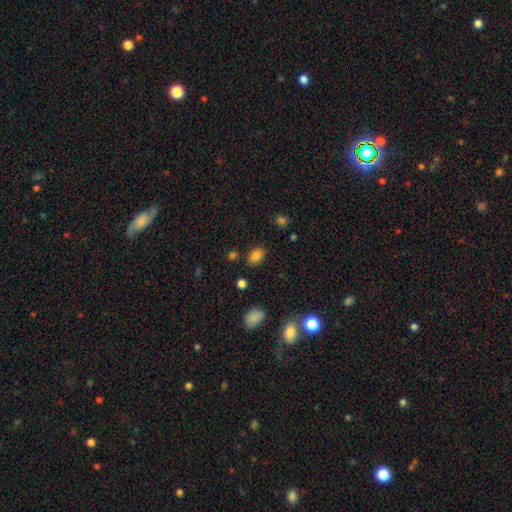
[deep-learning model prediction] Smooth or featured: smooth — 83% (star or artifact — 12%)
How rounded: in between — 81% (round — 18%)
Merging: none — 83% (minor disturbance — 11%)